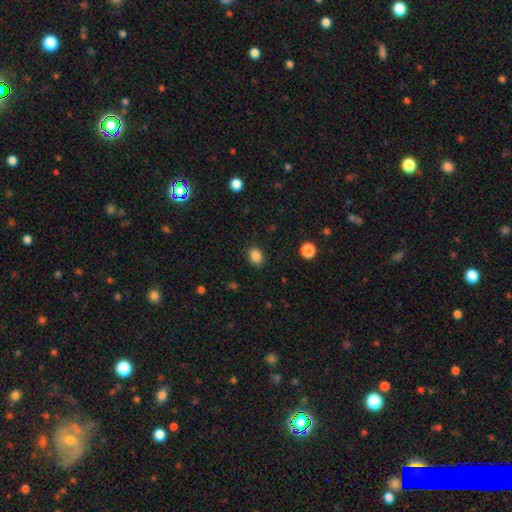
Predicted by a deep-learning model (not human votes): smooth_or_featured: smooth (p=0.86) [alt: star or artifact p=0.11]
how_rounded: in between (p=0.59) [alt: round p=0.40]
merging: none (p=0.87) [alt: minor disturbance p=0.09]